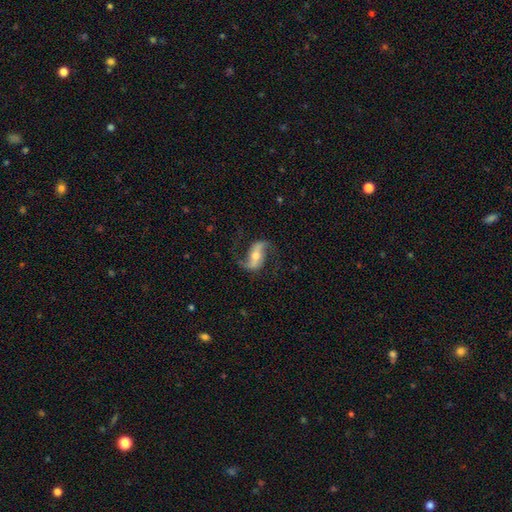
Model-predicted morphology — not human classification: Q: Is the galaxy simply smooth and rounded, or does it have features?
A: featured or disk — 86%.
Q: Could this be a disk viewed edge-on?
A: no — 95%.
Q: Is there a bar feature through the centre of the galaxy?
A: strong — 46%.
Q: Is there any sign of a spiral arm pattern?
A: yes — 96%.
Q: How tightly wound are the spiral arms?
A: loose — 68%.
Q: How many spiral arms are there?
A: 2 — 93%.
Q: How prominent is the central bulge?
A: moderate — 57%.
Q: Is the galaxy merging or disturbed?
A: none — 77%.